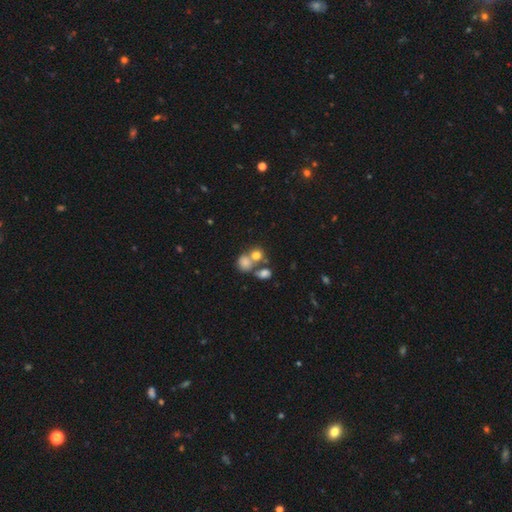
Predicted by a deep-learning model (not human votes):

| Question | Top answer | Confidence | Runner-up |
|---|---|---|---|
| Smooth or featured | smooth | 74% | star or artifact (14%) |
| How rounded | round | 74% | in between (25%) |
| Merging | merger | 45% | none (40%) |